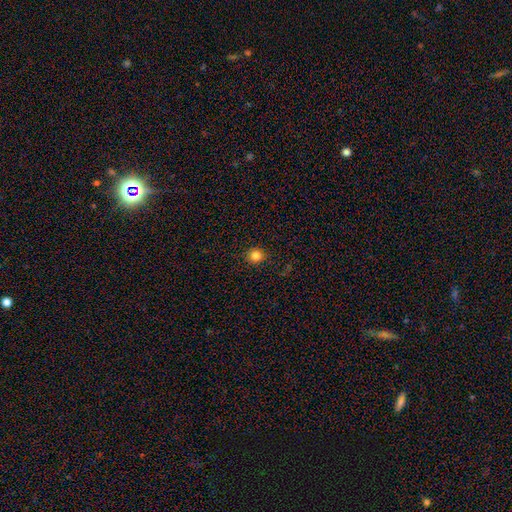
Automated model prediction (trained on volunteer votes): The model was most divided on "smooth or featured": smooth: 84%, star or artifact: 12%, featured or disk: 4%. More confident: merging — none (90%); how rounded — round (90%).